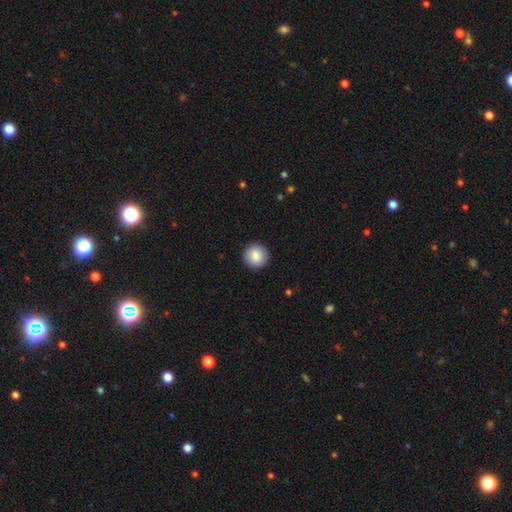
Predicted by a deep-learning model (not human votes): Smooth or featured? smooth (86%)
How rounded? round (95%)
Merging? none (93%)